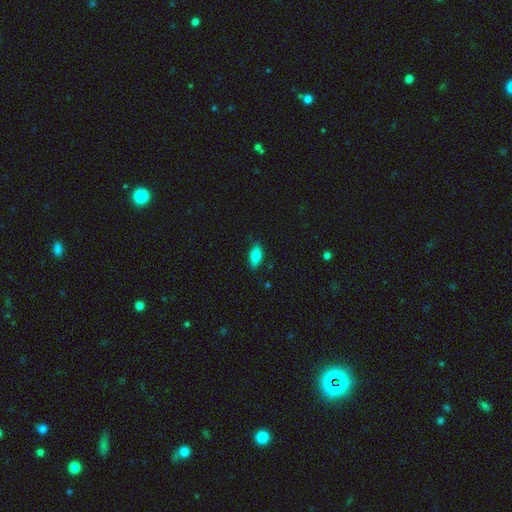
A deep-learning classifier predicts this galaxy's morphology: Overall: smooth (81%). How rounded: in between (83%). Merging: none (86%).